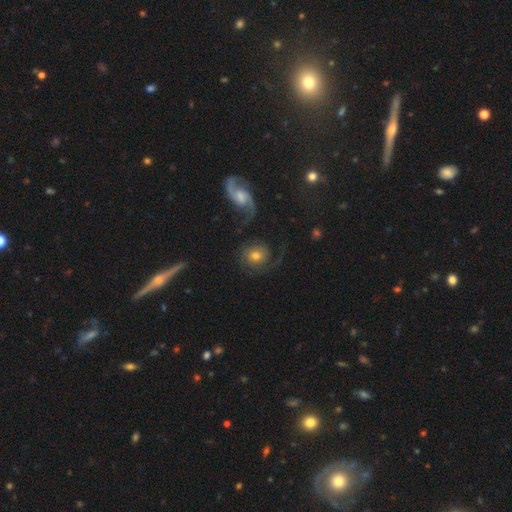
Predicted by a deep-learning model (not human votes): Q: Smooth or featured?
A: featured or disk (59%); runner-up: smooth (32%)
Q: Edge-on disk?
A: no (96%); runner-up: yes (4%)
Q: Bar?
A: no (69%); runner-up: weak (25%)
Q: Spiral arms?
A: yes (90%); runner-up: no (10%)
Q: Spiral winding?
A: loose (44%); runner-up: medium (37%)
Q: Spiral arm count?
A: 2 (74%); runner-up: 1 (12%)
Q: Bulge size?
A: moderate (58%); runner-up: small (29%)
Q: Merging?
A: none (63%); runner-up: minor disturbance (16%)